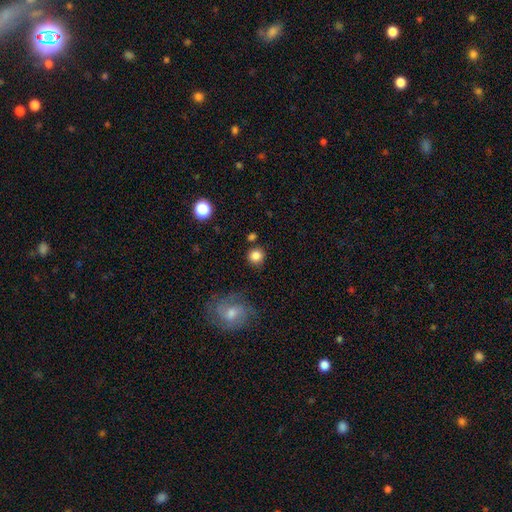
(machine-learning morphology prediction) This is clearly a smooth galaxy (85%). How rounded: clearly round (91%). Merging: clearly none (84%).